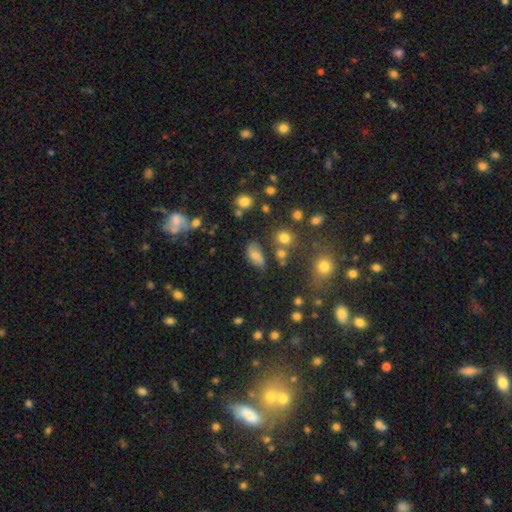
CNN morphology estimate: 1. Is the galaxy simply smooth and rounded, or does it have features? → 60% smooth, 25% featured or disk, 15% star or artifact.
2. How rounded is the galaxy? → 86% in between, 10% round, 3% cigar-shaped.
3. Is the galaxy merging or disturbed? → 61% none, 23% minor disturbance, 9% major disturbance, 7% merger.